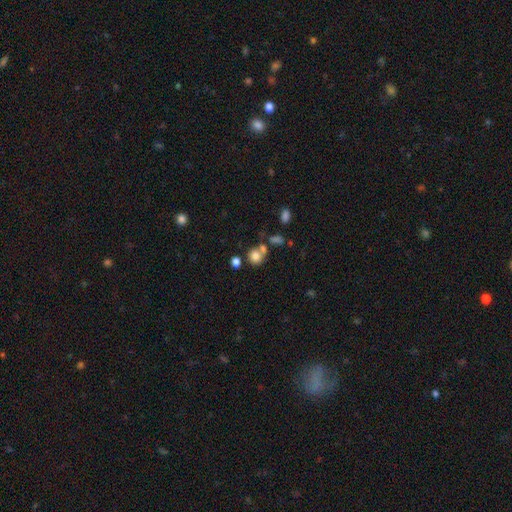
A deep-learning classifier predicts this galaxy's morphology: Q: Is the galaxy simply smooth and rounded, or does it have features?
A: smooth — 78%.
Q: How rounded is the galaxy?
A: round — 79%.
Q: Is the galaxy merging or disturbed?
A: none — 54%.